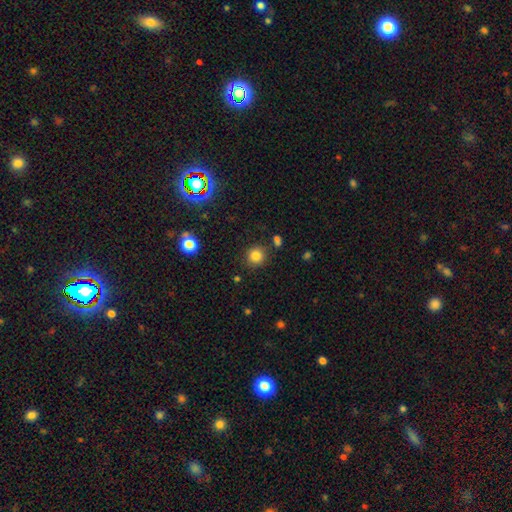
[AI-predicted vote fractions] Smooth or featured? Predicted: smooth (p=0.83). How rounded? Predicted: round (p=0.91). Merging? Predicted: none (p=0.86).